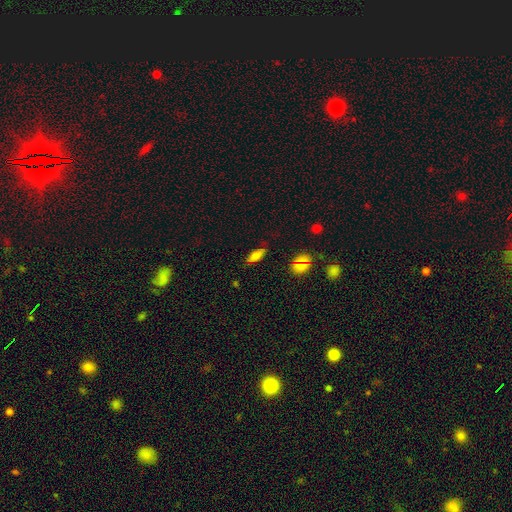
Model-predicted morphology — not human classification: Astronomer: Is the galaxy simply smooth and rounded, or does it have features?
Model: smooth — 70%.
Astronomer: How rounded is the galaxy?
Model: in between — 76%.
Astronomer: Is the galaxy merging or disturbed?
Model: none — 80%.